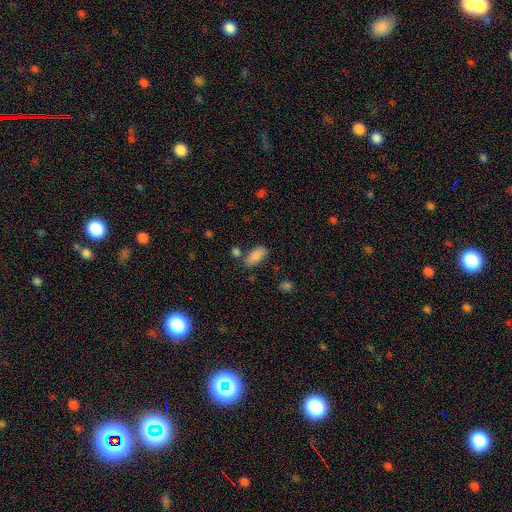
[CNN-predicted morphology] A smooth galaxy with no disk features (87%) that is in between round and cigar-shaped (90%).

Vote fractions:
- Smooth or featured? smooth: 87% / star or artifact: 8% / featured or disk: 5%
- How rounded? in between: 90% / cigar-shaped: 7% / round: 3%
- Merging? none: 68% / minor disturbance: 16% / merger: 11% / major disturbance: 5%